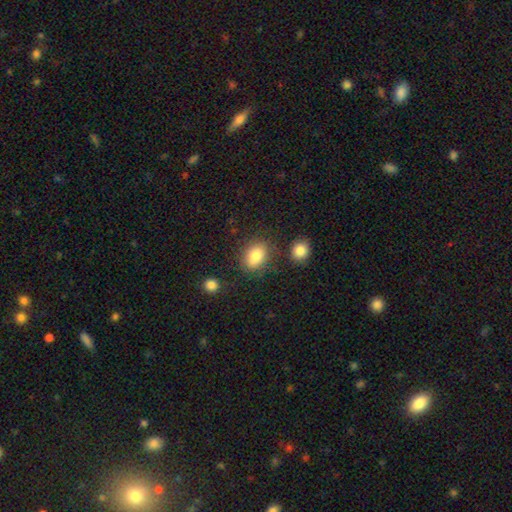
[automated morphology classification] type=smooth (83%); roundness=in between (71%); merging=none (77%).